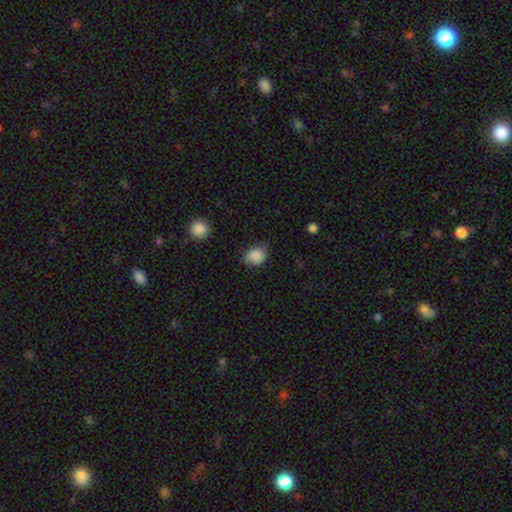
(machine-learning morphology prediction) smooth_or_featured: smooth (p=0.85) [alt: star or artifact p=0.09]
how_rounded: in between (p=0.53) [alt: round p=0.46]
merging: none (p=0.61) [alt: minor disturbance p=0.30]